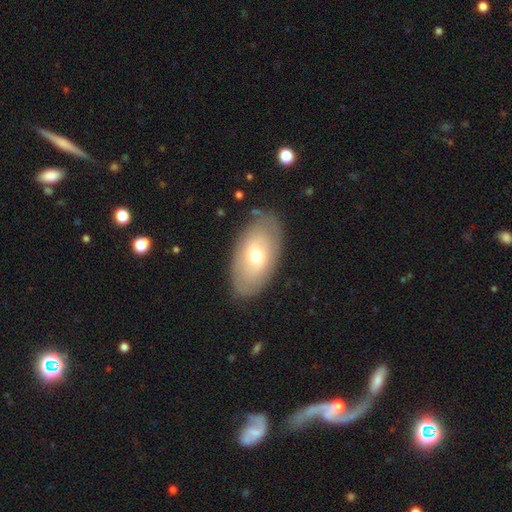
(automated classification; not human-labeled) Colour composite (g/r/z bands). It shows a smooth galaxy with no disk features (55%) that is in between round and cigar-shaped (93%). Merging: none (83%).